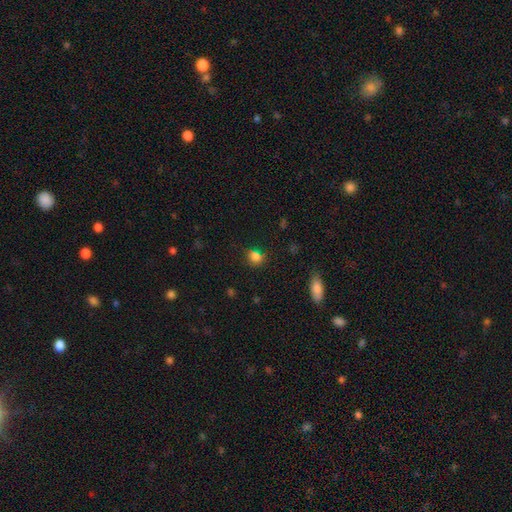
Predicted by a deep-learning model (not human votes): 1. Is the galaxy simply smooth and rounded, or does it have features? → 76% smooth, 18% star or artifact, 5% featured or disk.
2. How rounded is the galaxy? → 62% round, 37% in between, 2% cigar-shaped.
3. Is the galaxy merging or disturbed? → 72% none, 17% minor disturbance, 6% merger, 5% major disturbance.